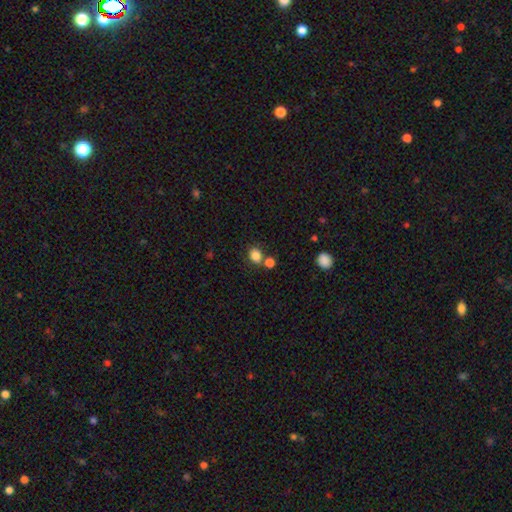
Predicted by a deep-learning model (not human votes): Smooth or featured? smooth (83%)
How rounded? round (63%)
Merging? none (64%)